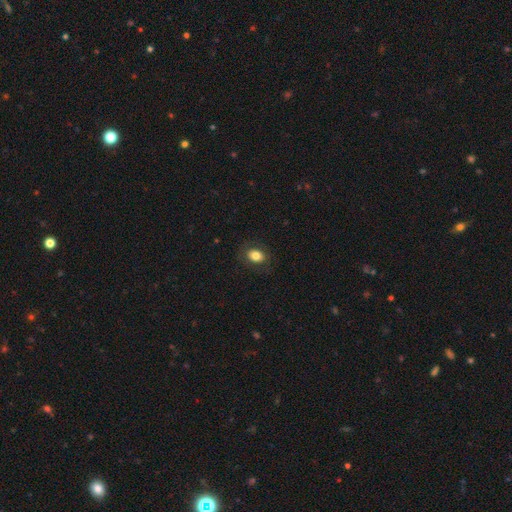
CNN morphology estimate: Smooth or featured? smooth (82%)
How rounded? in between (72%)
Merging? none (85%)